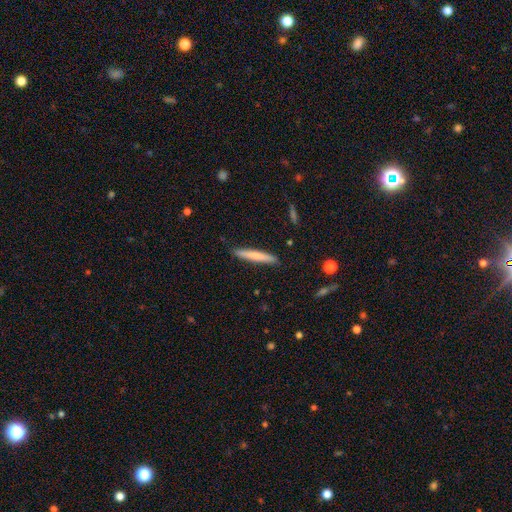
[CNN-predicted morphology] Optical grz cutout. It shows a smooth galaxy with no disk features (71%) that is cigar-shaped (95%). Merging: none (91%).